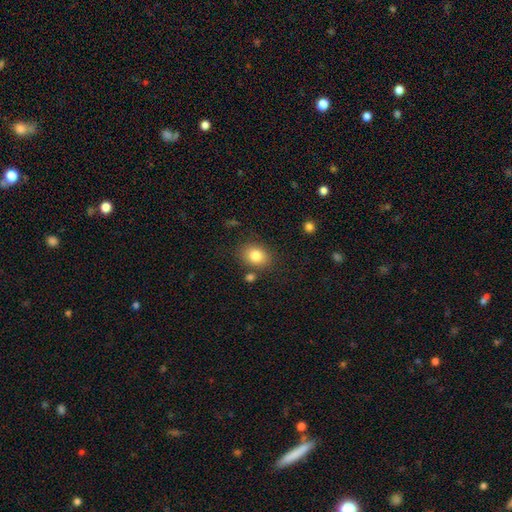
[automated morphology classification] smooth-or-featured: smooth: 82% | star or artifact: 9% | featured or disk: 8%
  how-rounded: in between: 55% | round: 44% | cigar-shaped: 1%
  merging: none: 80% | minor disturbance: 12% | merger: 5% | major disturbance: 3%